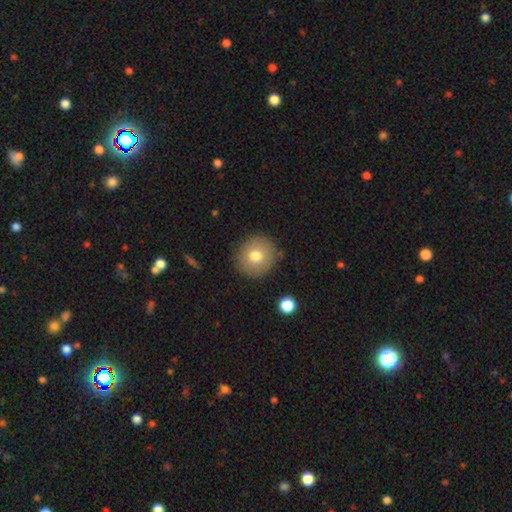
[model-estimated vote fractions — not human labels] Smooth or featured?
  - smooth: 75% *
  - featured or disk: 15%
  - star or artifact: 10%
How rounded?
  - round: 91% *
  - in between: 8%
  - cigar-shaped: 1%
Merging?
  - none: 86% *
  - minor disturbance: 9%
  - major disturbance: 3%
  - merger: 2%